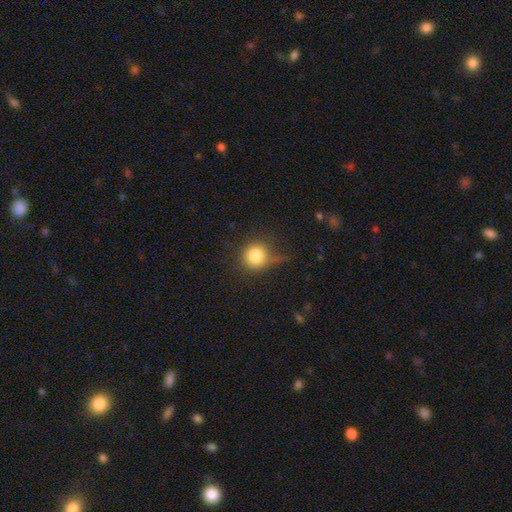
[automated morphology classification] A smooth galaxy with no disk features (81%) that is round (90%). Merging: none (54%).